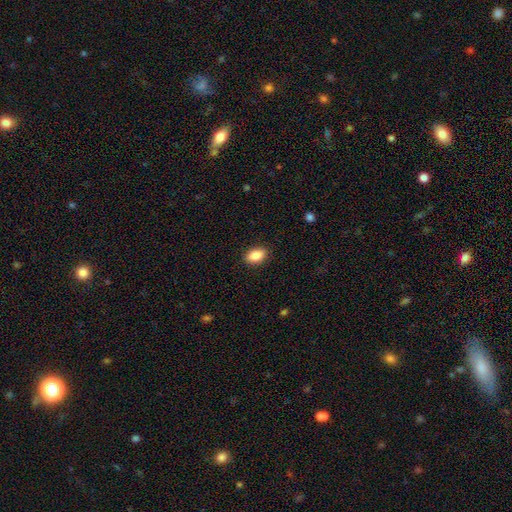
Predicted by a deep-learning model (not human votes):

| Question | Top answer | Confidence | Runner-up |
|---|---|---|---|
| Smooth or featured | smooth | 87% | star or artifact (8%) |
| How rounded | in between | 88% | round (10%) |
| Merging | none | 89% | minor disturbance (8%) |